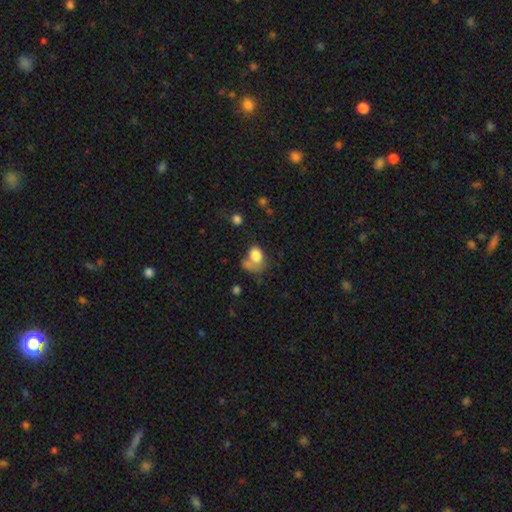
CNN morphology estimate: A smooth galaxy with no disk features (78%) that is in between round and cigar-shaped (63%).

Vote fractions:
- Smooth or featured? smooth: 78% / featured or disk: 13% / star or artifact: 9%
- How rounded? in between: 63% / round: 36% / cigar-shaped: 1%
- Merging? none: 32% / merger: 31% / major disturbance: 19% / minor disturbance: 18%